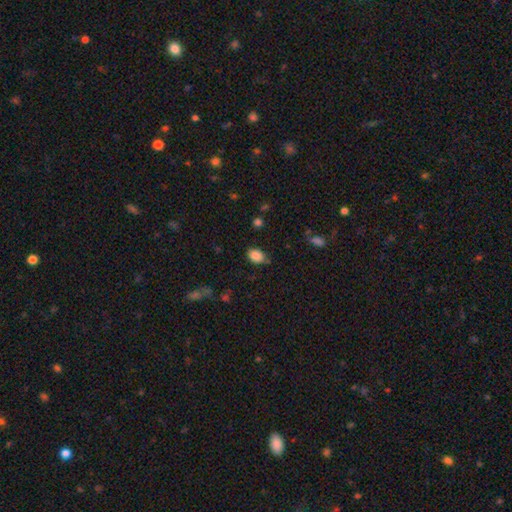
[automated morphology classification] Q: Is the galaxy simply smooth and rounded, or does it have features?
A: smooth — 85%.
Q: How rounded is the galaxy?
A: in between — 75%.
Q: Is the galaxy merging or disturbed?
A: none — 72%.